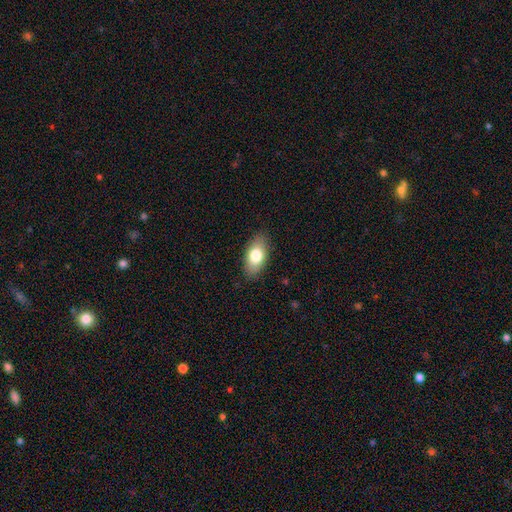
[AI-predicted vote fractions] smooth-or-featured: smooth: 79% | featured or disk: 15% | star or artifact: 7%
  how-rounded: in between: 91% | cigar-shaped: 5% | round: 4%
  merging: none: 86% | minor disturbance: 11% | major disturbance: 3% | merger: 1%